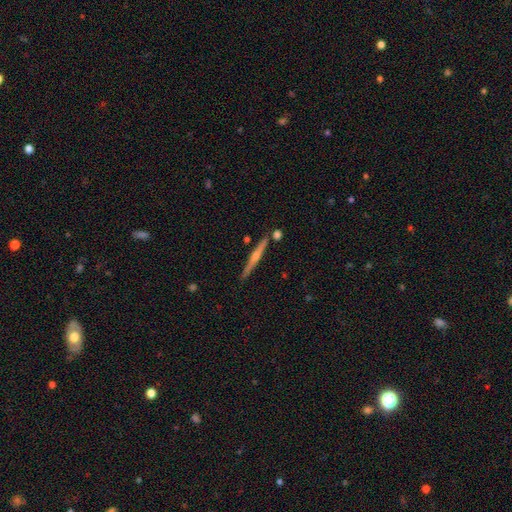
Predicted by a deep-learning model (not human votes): featured or disk 66%, smooth 22%, star or artifact 11%. Down the decision tree: edge-on disk — yes (95%); edge-on bulge — rounded (70%); merging — none (83%).